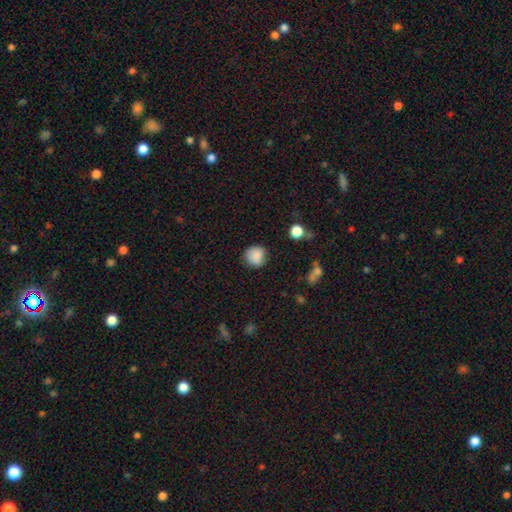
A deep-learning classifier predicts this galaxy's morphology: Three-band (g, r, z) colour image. It shows a smooth galaxy with no disk features (83%) that is round (86%). Merging: none (79%).